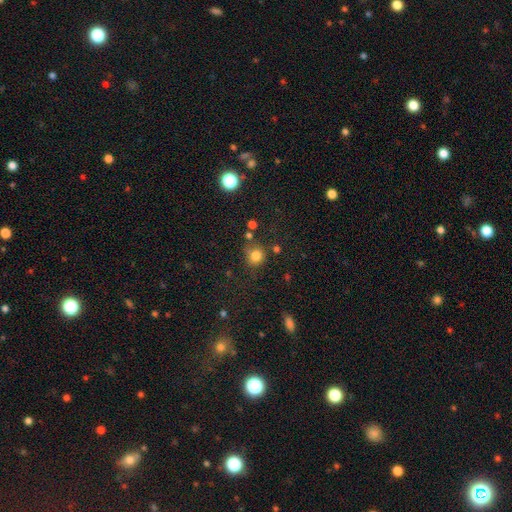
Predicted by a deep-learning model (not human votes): Smooth or featured: smooth — 80% (star or artifact — 14%)
How rounded: round — 86% (in between — 13%)
Merging: none — 70% (minor disturbance — 15%)